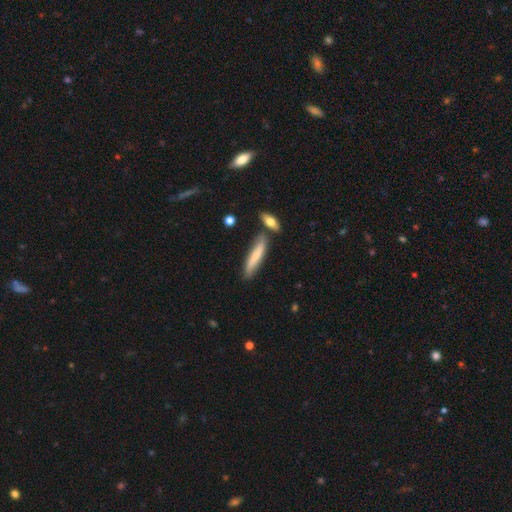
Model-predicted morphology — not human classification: Smooth or featured? Predicted: smooth (p=0.64). How rounded? Predicted: cigar-shaped (p=0.84). Merging? Predicted: none (p=0.71).